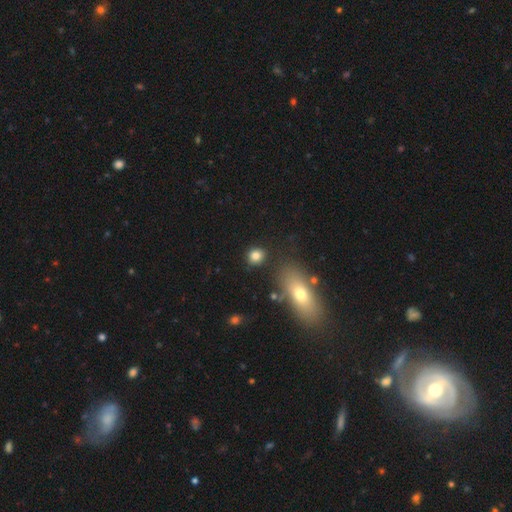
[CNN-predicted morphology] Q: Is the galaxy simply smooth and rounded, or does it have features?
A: smooth — 82%.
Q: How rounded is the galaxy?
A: round — 71%.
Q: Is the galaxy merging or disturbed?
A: none — 82%.